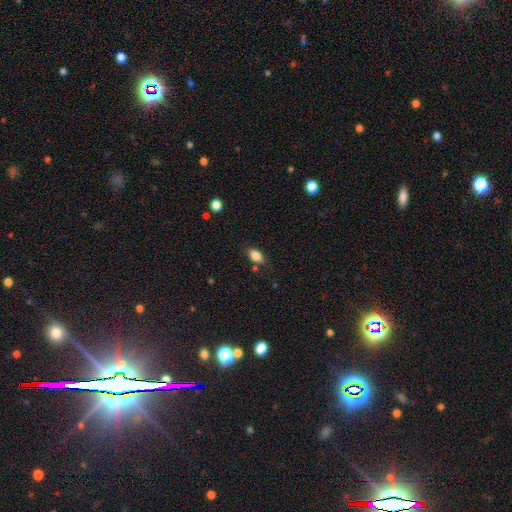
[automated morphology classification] A smooth galaxy with no disk features (85%) that is in between round and cigar-shaped (89%). Merging: none (81%).